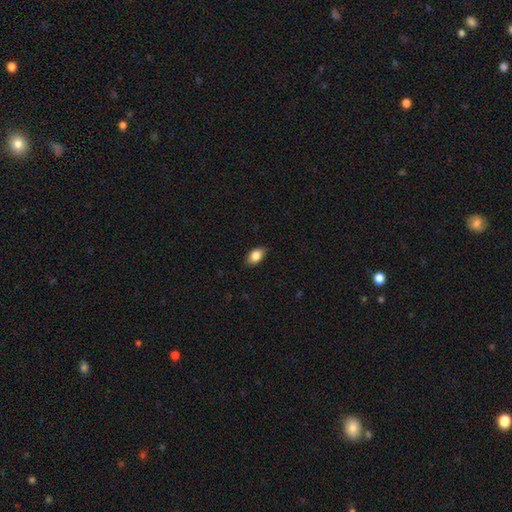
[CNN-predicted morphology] Smooth or featured: smooth — 84% (featured or disk — 9%)
How rounded: in between — 88% (round — 10%)
Merging: none — 84% (minor disturbance — 12%)